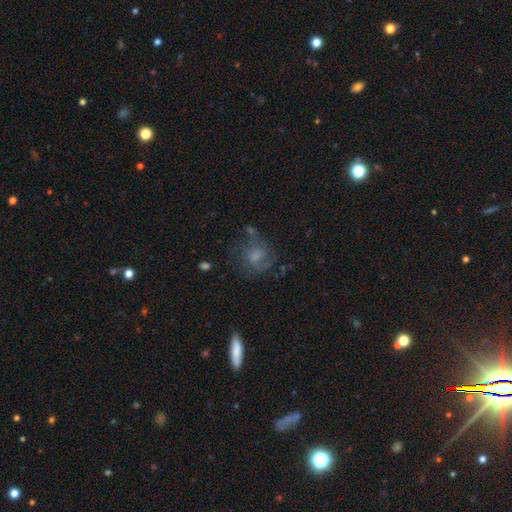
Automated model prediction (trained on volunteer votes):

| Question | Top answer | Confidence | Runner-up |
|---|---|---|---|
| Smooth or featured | featured or disk | 49% | smooth (38%) |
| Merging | none | 51% | major disturbance (22%) |